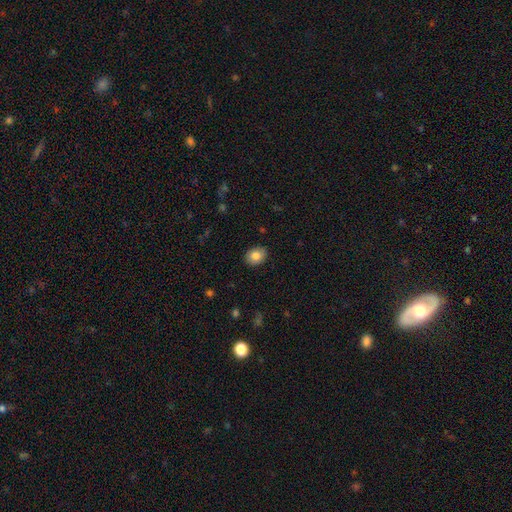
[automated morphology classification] Q: Smooth or featured?
A: smooth (83%); runner-up: featured or disk (9%)
Q: How rounded?
A: in between (57%); runner-up: round (42%)
Q: Merging?
A: none (89%); runner-up: minor disturbance (8%)